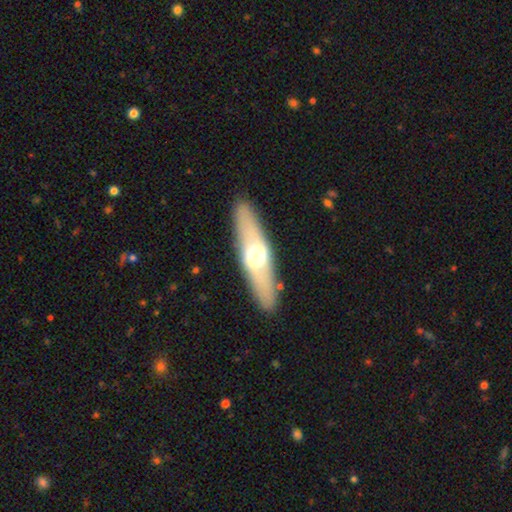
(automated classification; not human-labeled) Smooth or featured? featured or disk (53%)
Edge-on disk? yes (73%)
Merging? none (88%)